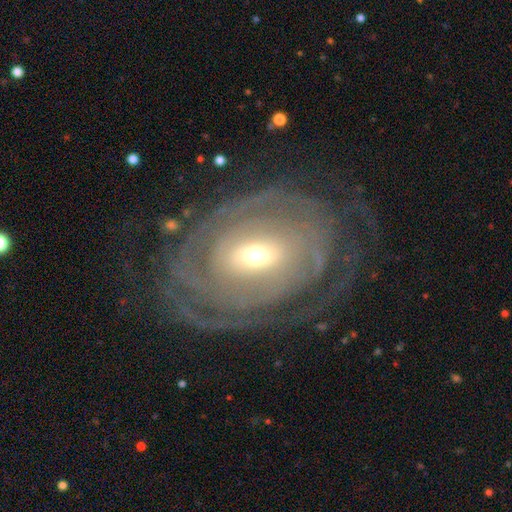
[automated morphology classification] Smooth or featured?
  - featured or disk: 83% *
  - smooth: 11%
  - star or artifact: 6%
Edge-on disk?
  - no: 95% *
  - yes: 5%
Bar?
  - no: 42% *
  - weak: 39%
  - strong: 19%
Spiral arms?
  - yes: 87% *
  - no: 13%
Spiral winding?
  - tight: 75% *
  - medium: 18%
  - loose: 7%
Spiral arm count?
  - can't tell: 46% *
  - 2: 21%
  - 3: 11%
  - 4: 9%
  - more than 4: 7%
  - 1: 6%
Bulge size?
  - small: 47% *
  - moderate: 45%
  - large: 5%
  - dominant: 1%
  - none: 1%
Merging?
  - none: 69% *
  - minor disturbance: 16%
  - major disturbance: 13%
  - merger: 2%